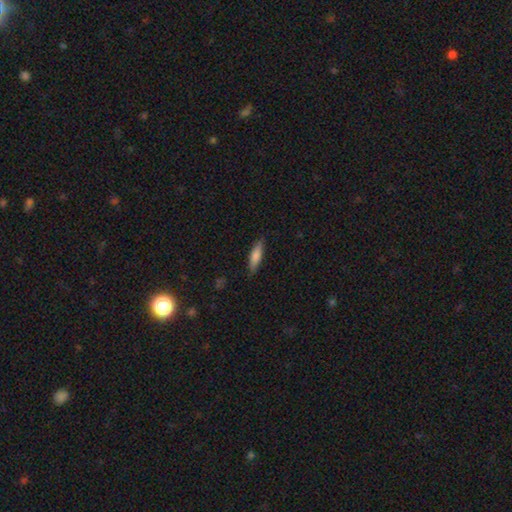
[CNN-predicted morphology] smooth_or_featured: smooth (p=0.74) [alt: featured or disk p=0.20]
how_rounded: cigar-shaped (p=0.66) [alt: in between p=0.32]
merging: none (p=0.86) [alt: minor disturbance p=0.11]